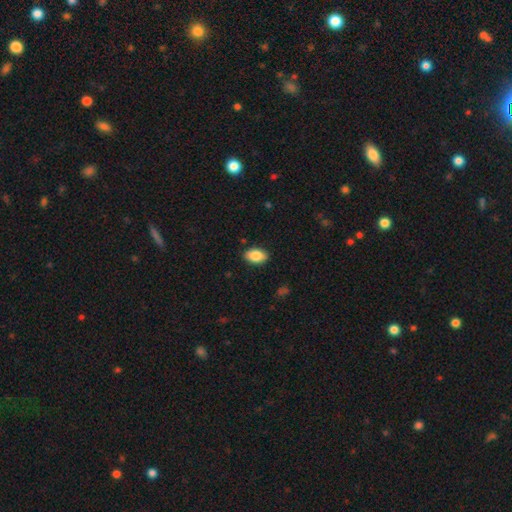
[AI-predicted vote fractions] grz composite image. It shows a smooth galaxy with no disk features (86%) that is in between round and cigar-shaped (91%). Merging: none (88%).